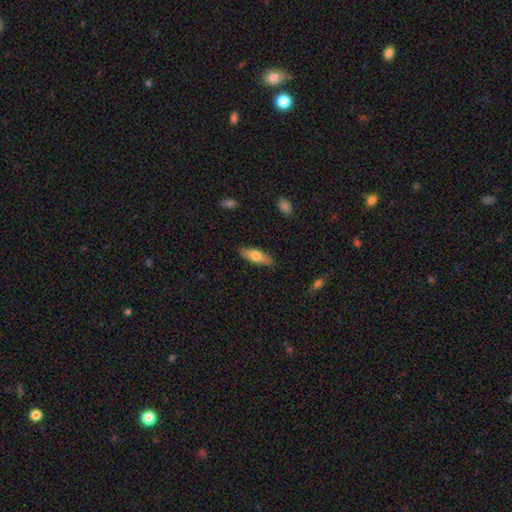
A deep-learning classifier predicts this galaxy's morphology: This is likely a smooth galaxy (68%). How rounded: possibly in between (57%). Merging: clearly none (86%).